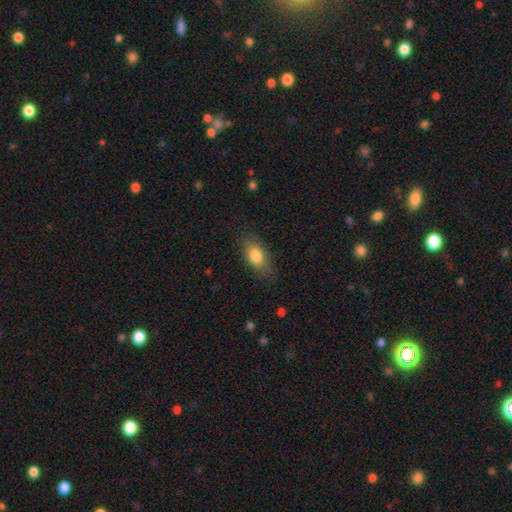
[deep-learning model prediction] Smooth or featured? smooth (81%)
How rounded? in between (85%)
Merging? none (79%)